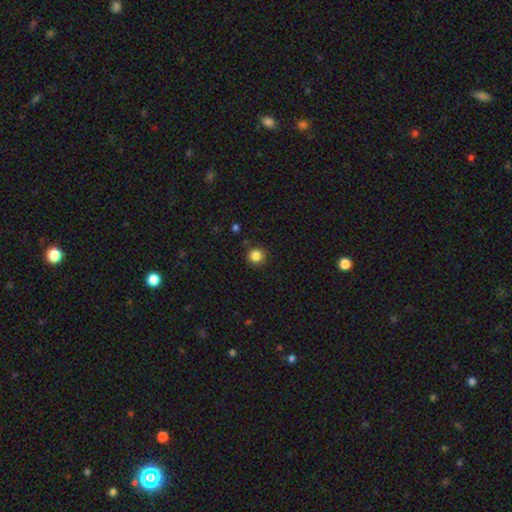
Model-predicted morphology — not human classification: type=smooth (85%); roundness=round (94%); merging=none (89%).